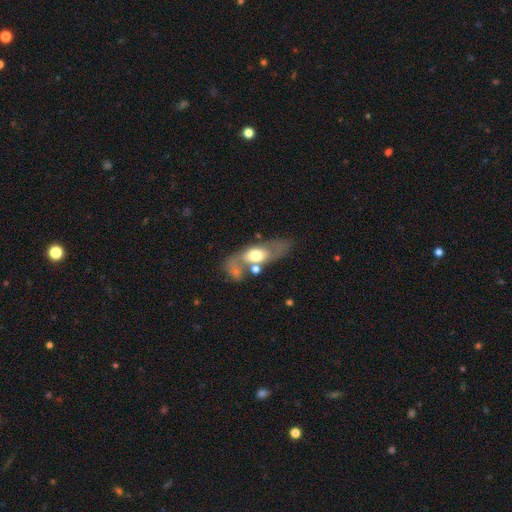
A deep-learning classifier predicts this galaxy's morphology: smooth 48%, featured or disk 45%, star or artifact 7%. Down the decision tree: merging — none (43%).